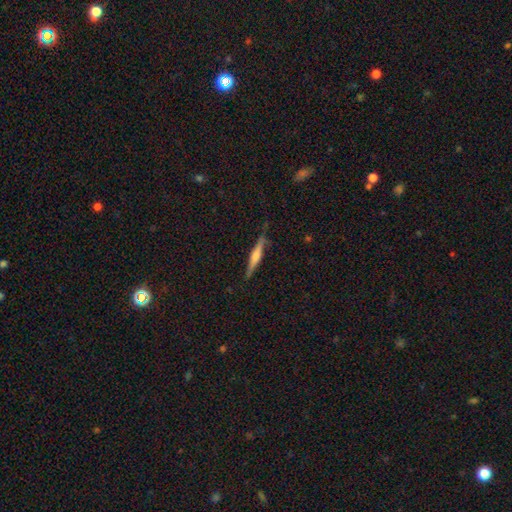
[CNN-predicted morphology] Smooth or featured? featured or disk (63%)
Edge-on disk? yes (97%)
Edge-on bulge? rounded (65%)
Merging? none (85%)